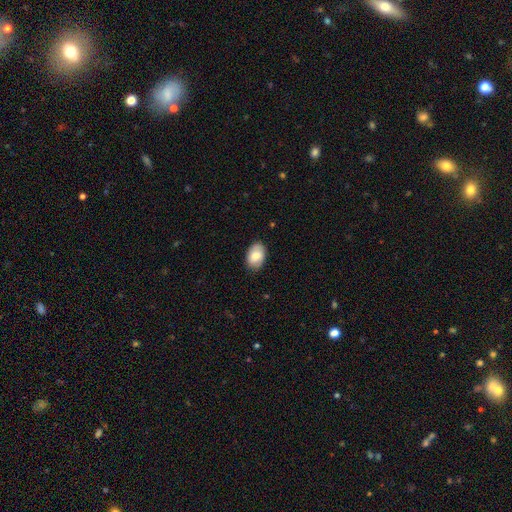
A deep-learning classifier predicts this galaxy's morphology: Smooth or featured: smooth — 81% (featured or disk — 12%)
How rounded: in between — 87% (round — 12%)
Merging: none — 85% (minor disturbance — 12%)